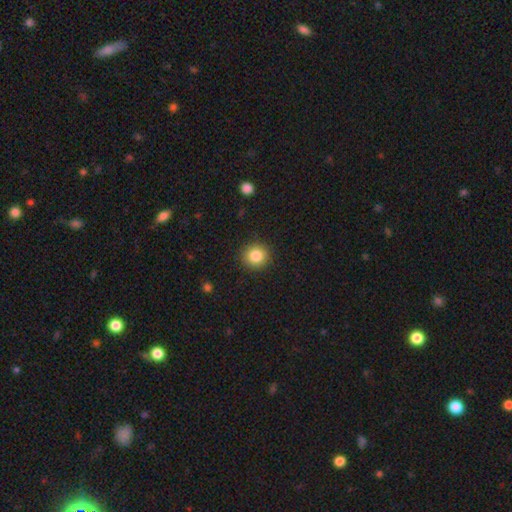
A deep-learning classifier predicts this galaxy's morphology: smooth-or-featured: smooth: 84% | star or artifact: 10% | featured or disk: 6%
  how-rounded: round: 91% | in between: 8% | cigar-shaped: 1%
  merging: none: 91% | minor disturbance: 6% | major disturbance: 2% | merger: 1%